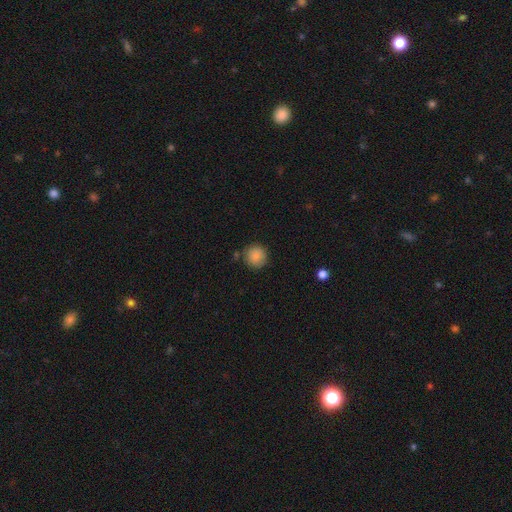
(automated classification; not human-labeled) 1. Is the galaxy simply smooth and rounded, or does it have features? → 88% smooth, 8% star or artifact, 3% featured or disk.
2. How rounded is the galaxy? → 93% round, 6% in between, 1% cigar-shaped.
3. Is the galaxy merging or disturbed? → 83% none, 11% minor disturbance, 4% merger, 3% major disturbance.